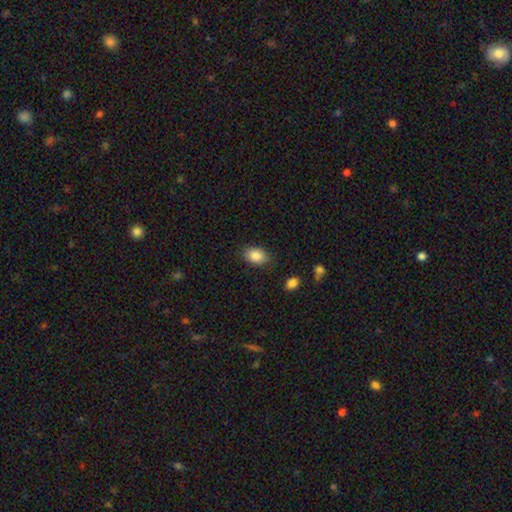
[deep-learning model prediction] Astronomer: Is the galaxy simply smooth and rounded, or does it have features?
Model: smooth — 87%.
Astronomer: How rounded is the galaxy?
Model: in between — 84%.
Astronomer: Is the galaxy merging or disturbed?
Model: none — 84%.